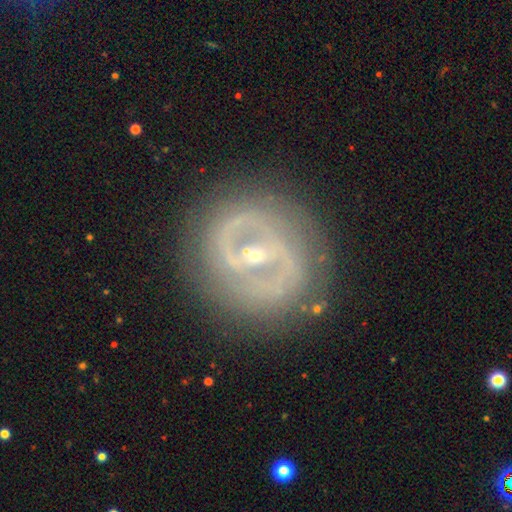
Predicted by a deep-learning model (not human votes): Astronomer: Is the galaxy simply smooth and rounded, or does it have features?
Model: featured or disk — 81%.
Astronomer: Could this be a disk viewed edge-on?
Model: no — 95%.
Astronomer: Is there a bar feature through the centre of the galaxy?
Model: strong — 50% (runner-up: weak, 32%).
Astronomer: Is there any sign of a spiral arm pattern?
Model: yes — 56% (runner-up: no, 44%).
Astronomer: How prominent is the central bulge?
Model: small — 61%.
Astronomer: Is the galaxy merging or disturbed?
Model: none — 79%.